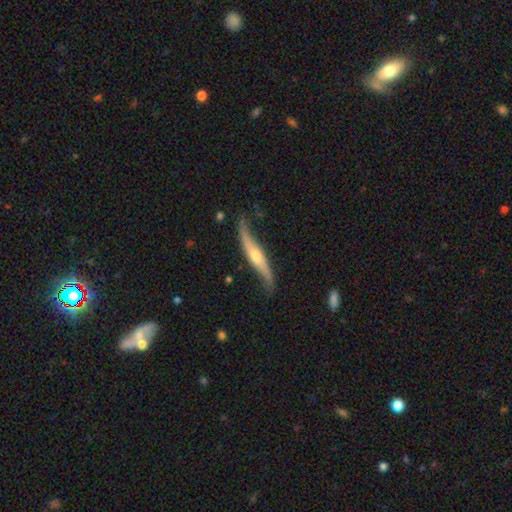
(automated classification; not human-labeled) Smooth or featured?
  - featured or disk: 76% *
  - smooth: 20%
  - star or artifact: 5%
Edge-on disk?
  - yes: 65% *
  - no: 35%
Merging?
  - none: 64% *
  - minor disturbance: 25%
  - major disturbance: 8%
  - merger: 3%